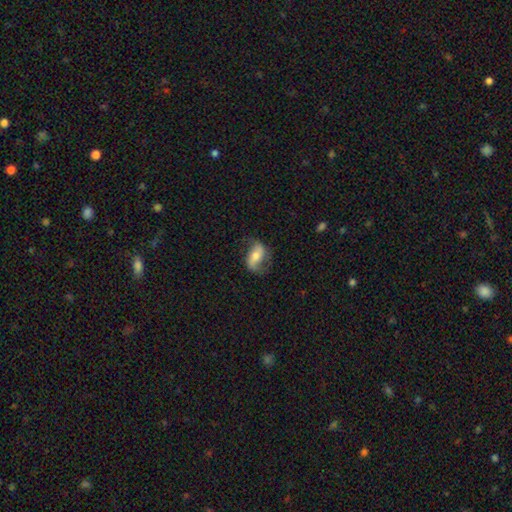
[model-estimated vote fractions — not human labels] This appears to be a featured or disk galaxy (60%) with no bar (34%), spiral arms (86%) and a moderate central bulge (58%). Merging: none (67%).